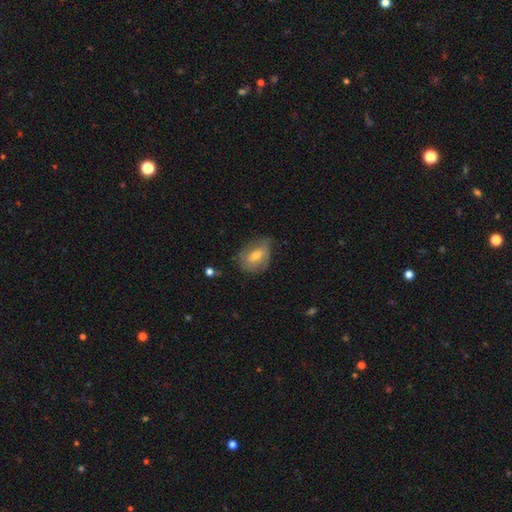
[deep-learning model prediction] Morphology: type=smooth (53%); roundness=in between (68%); merging=none (55%).